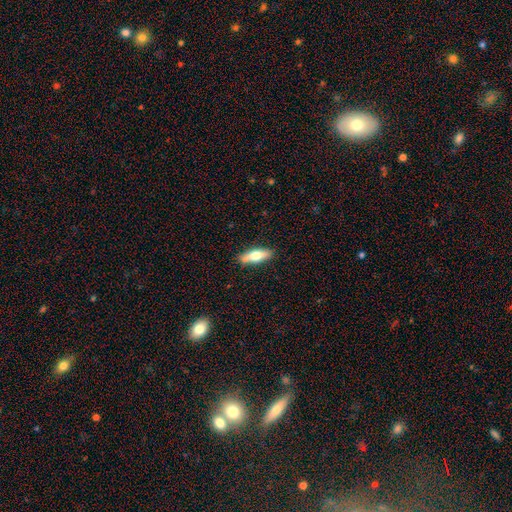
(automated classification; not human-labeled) Smooth or featured: smooth — 60% (featured or disk — 34%)
How rounded: in between — 50% (cigar-shaped — 47%)
Merging: none — 84% (minor disturbance — 11%)